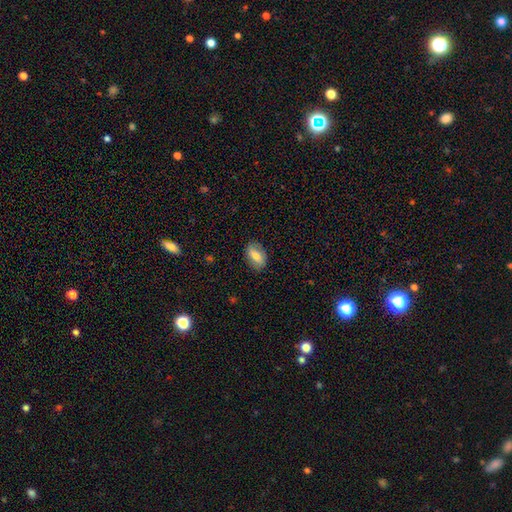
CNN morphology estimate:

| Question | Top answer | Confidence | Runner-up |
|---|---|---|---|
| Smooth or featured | smooth | 68% | featured or disk (25%) |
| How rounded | in between | 88% | round (8%) |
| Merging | none | 84% | minor disturbance (12%) |